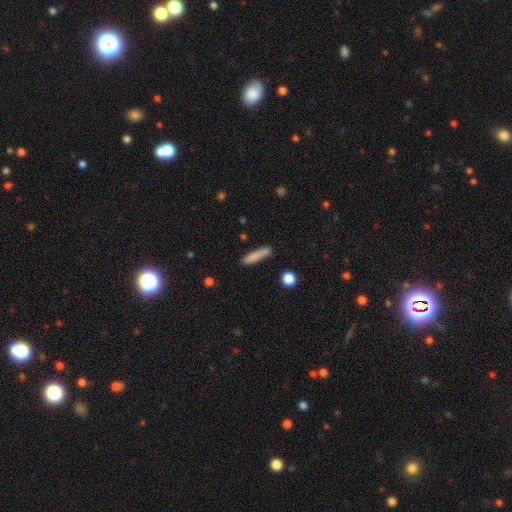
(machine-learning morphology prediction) This appears to be a smooth galaxy with no disk features (81%) that is cigar-shaped (88%). Merging: none (81%).